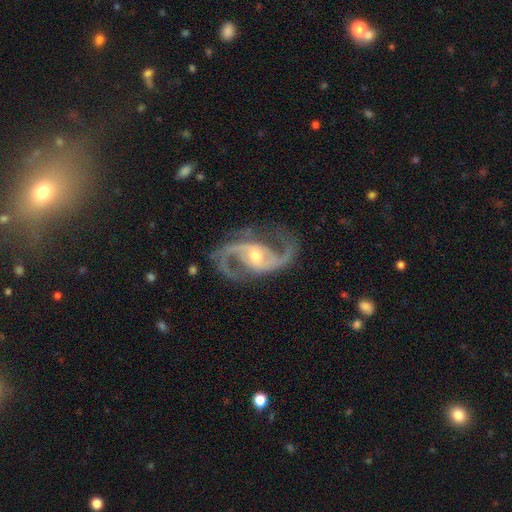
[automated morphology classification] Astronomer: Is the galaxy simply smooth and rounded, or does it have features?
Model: featured or disk — 93%.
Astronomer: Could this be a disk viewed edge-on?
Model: no — 98%.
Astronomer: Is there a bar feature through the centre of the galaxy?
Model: weak — 43% (runner-up: no, 35%).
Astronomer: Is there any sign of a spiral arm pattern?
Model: yes — 98%.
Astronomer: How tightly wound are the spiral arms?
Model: medium — 55% (runner-up: loose, 34%).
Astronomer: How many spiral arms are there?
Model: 2 — 92%.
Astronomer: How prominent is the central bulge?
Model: moderate — 60%.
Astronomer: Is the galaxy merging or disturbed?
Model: none — 78%.